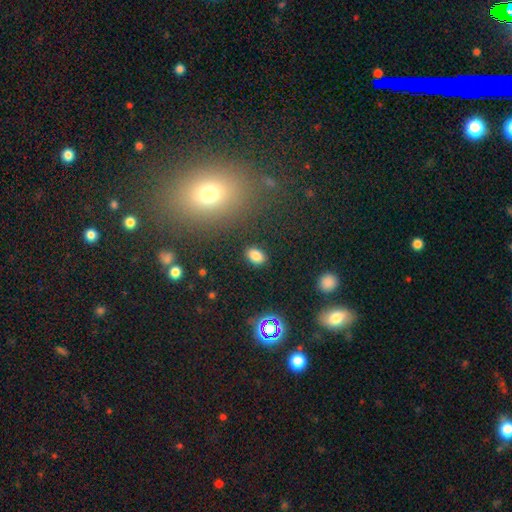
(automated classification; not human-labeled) Q: Smooth or featured?
A: smooth (82%); runner-up: star or artifact (12%)
Q: How rounded?
A: in between (81%); runner-up: round (18%)
Q: Merging?
A: none (87%); runner-up: minor disturbance (9%)